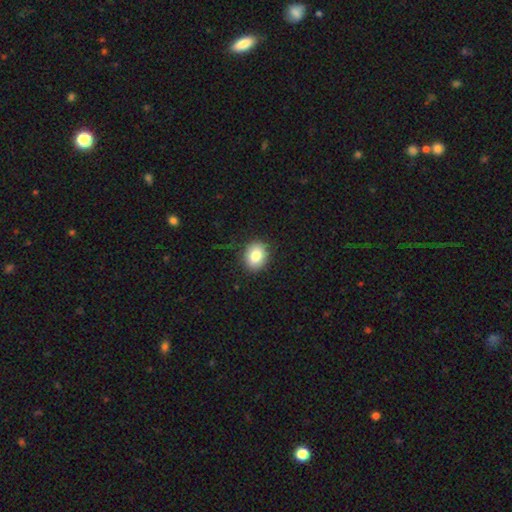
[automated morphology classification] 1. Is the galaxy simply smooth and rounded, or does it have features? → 83% smooth, 9% star or artifact, 8% featured or disk.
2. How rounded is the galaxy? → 56% round, 43% in between, 1% cigar-shaped.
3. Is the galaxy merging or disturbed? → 87% none, 9% minor disturbance, 3% major disturbance, 1% merger.